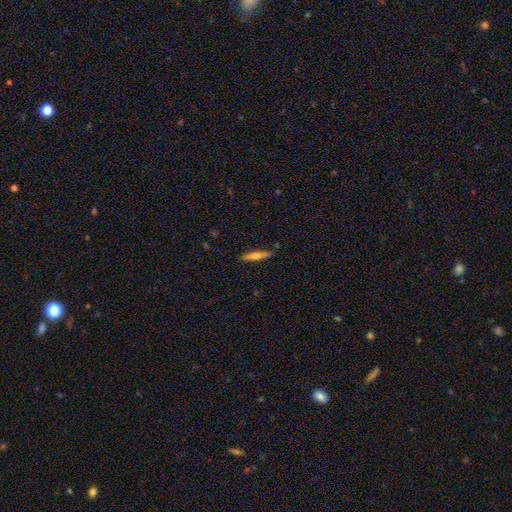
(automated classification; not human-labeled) Smooth or featured? Predicted: smooth (p=0.47). Merging? Predicted: none (p=0.85).